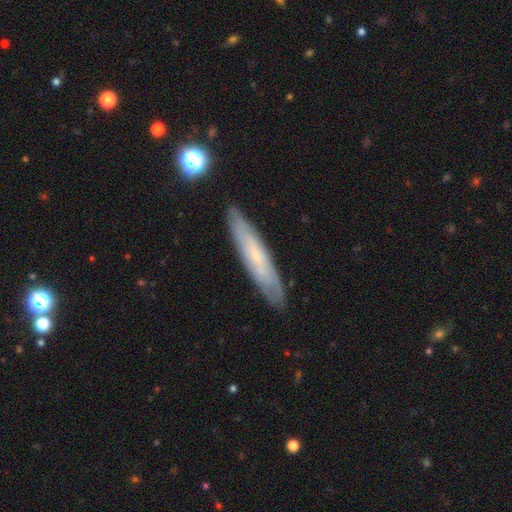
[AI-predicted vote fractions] Smooth or featured? featured or disk (47%)
Merging? none (87%)